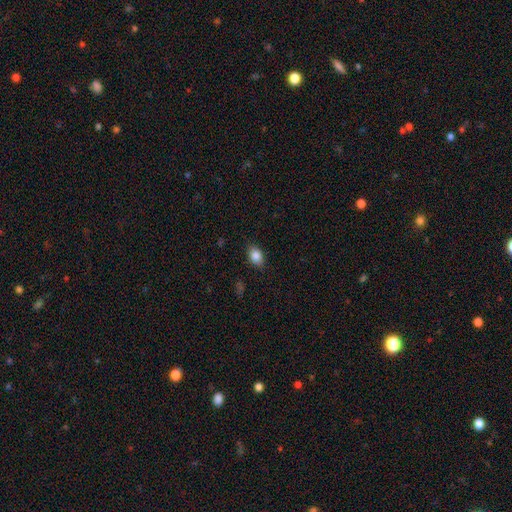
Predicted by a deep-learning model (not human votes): This is clearly a smooth galaxy (85%). How rounded: clearly in between (82%). Merging: clearly none (84%).